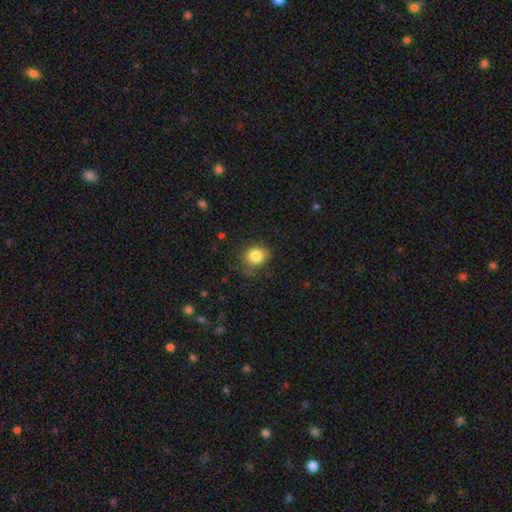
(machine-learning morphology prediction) smooth 84%, star or artifact 10%, featured or disk 6%. Down the decision tree: how rounded — round (62%); merging — none (70%).